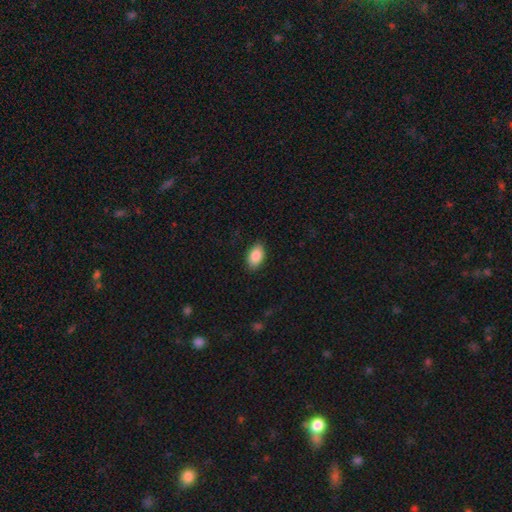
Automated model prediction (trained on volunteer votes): Smooth or featured?
  - smooth: 88% *
  - star or artifact: 7%
  - featured or disk: 5%
How rounded?
  - in between: 94% *
  - round: 5%
  - cigar-shaped: 2%
Merging?
  - none: 88% *
  - minor disturbance: 9%
  - major disturbance: 2%
  - merger: 1%